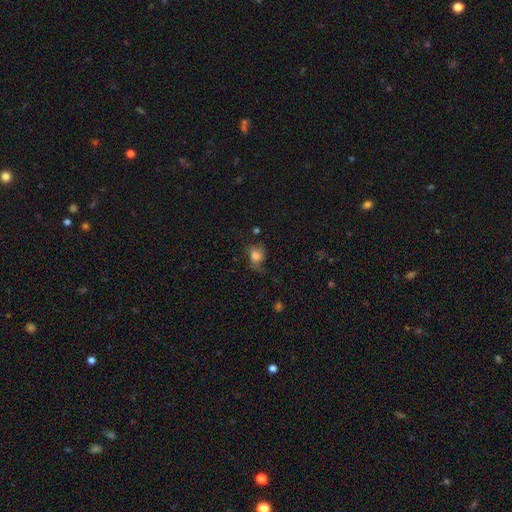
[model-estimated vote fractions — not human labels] Smooth or featured? smooth (71%)
How rounded? in between (52%)
Merging? none (48%)